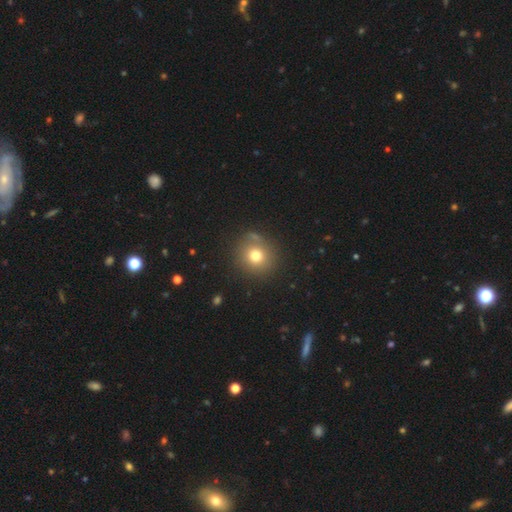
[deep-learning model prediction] Overall: smooth (75%). How rounded: round (90%). Merging: none (81%).